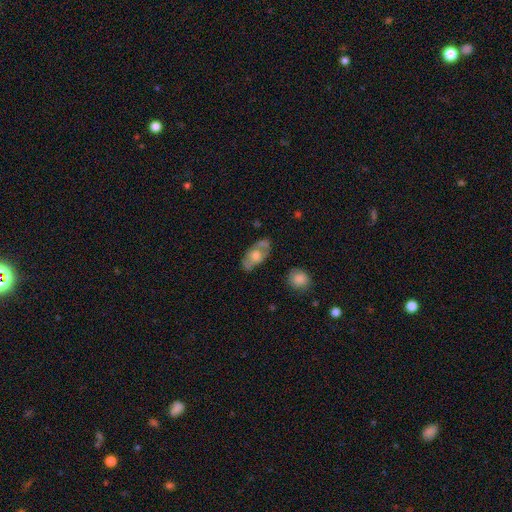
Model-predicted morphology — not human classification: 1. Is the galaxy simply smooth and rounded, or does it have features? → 47% featured or disk, 46% smooth, 6% star or artifact.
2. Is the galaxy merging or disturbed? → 67% none, 21% minor disturbance, 7% major disturbance, 5% merger.